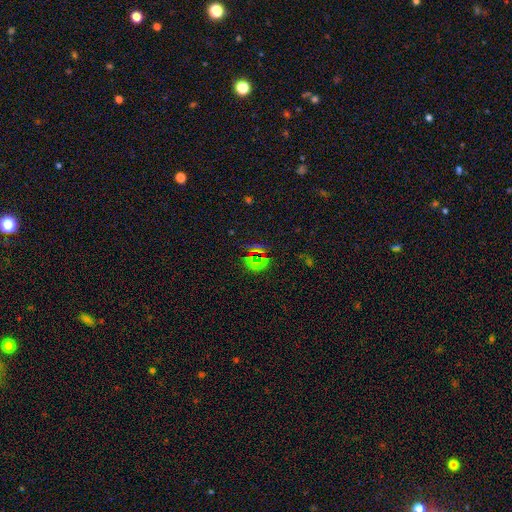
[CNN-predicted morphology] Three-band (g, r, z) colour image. It shows a star or artifact, not a galaxy (65%).